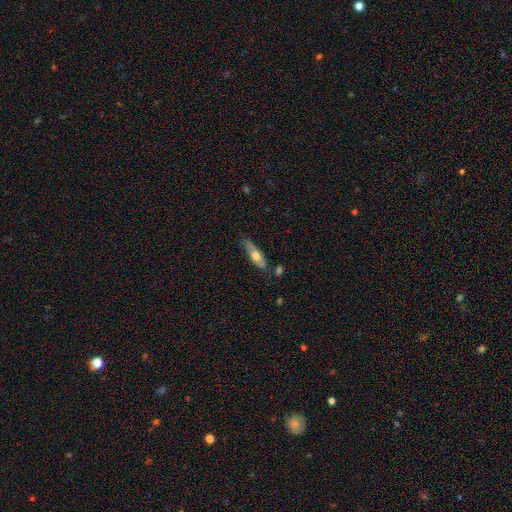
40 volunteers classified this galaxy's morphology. Q: Smooth or featured?
A: smooth (55%); runner-up: featured or disk (42%)
Q: How rounded?
A: in between (59%); runner-up: cigar-shaped (41%)
Q: Merging?
A: none (79%); runner-up: minor disturbance (18%)